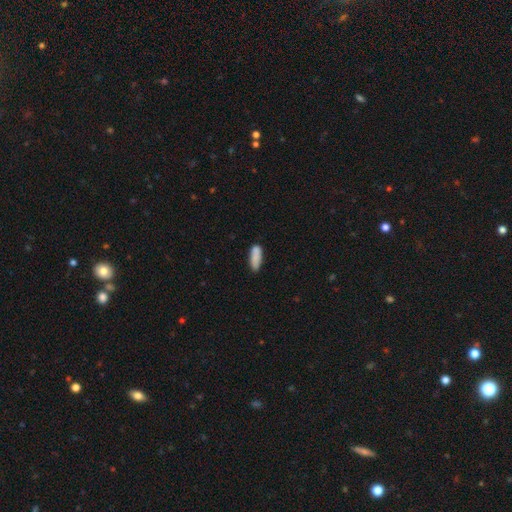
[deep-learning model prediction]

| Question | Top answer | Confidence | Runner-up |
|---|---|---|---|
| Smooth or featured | smooth | 86% | star or artifact (7%) |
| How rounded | in between | 60% | cigar-shaped (38%) |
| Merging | none | 73% | minor disturbance (19%) |